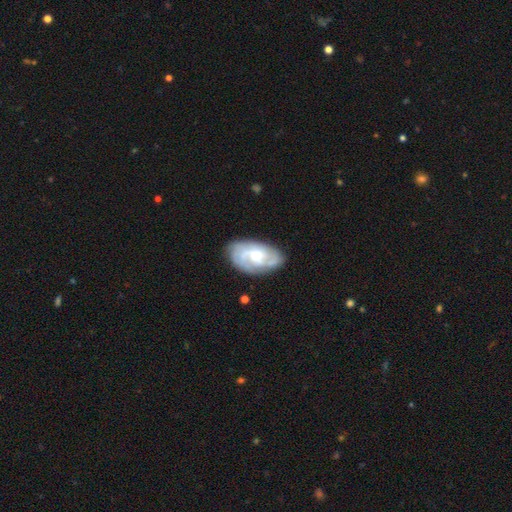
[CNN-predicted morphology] Smooth or featured? featured or disk (71%)
Edge-on disk? no (96%)
Bar? no (62%)
Spiral arms? yes (89%)
Spiral winding? tight (48%)
Spiral arm count? can't tell (34%)
Bulge size? moderate (55%)
Merging? none (74%)